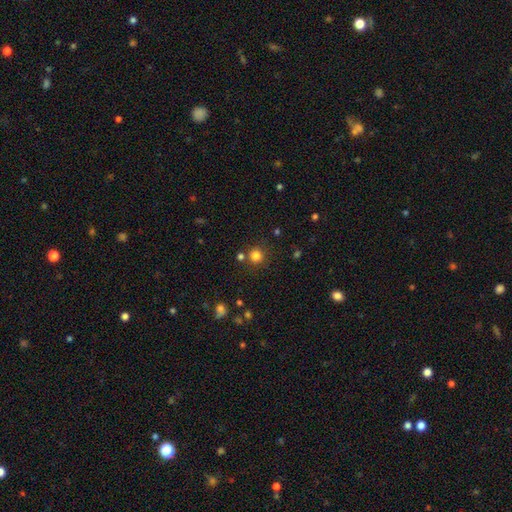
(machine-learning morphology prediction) Smooth or featured: smooth — 80% (star or artifact — 15%)
How rounded: round — 93% (in between — 6%)
Merging: none — 80% (merger — 9%)